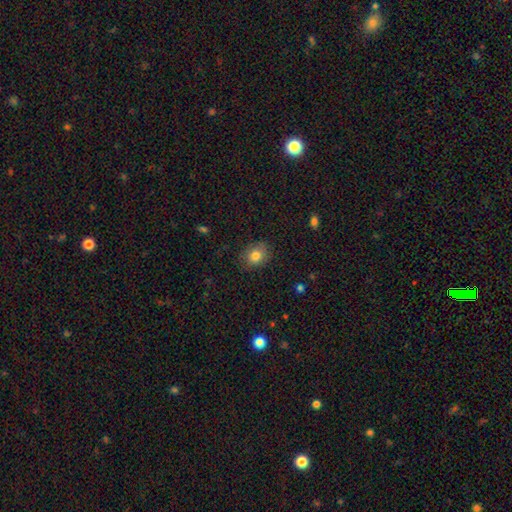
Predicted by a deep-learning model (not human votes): This is clearly a smooth galaxy (81%). How rounded: possibly in between (51%). Merging: clearly none (83%).